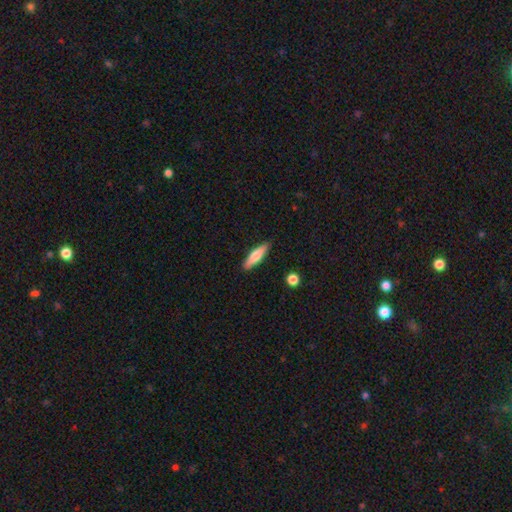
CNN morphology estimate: smooth 68%, featured or disk 26%, star or artifact 6%. Down the decision tree: how rounded — cigar-shaped (71%); merging — none (87%).